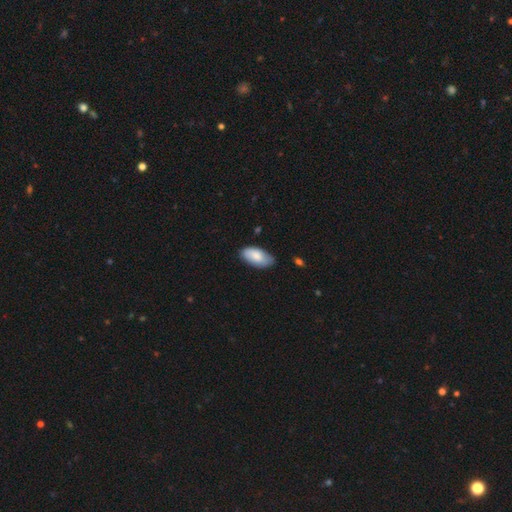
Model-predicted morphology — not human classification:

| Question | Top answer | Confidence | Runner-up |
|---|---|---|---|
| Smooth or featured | smooth | 81% | featured or disk (14%) |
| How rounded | in between | 95% | cigar-shaped (3%) |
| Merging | none | 73% | minor disturbance (22%) |